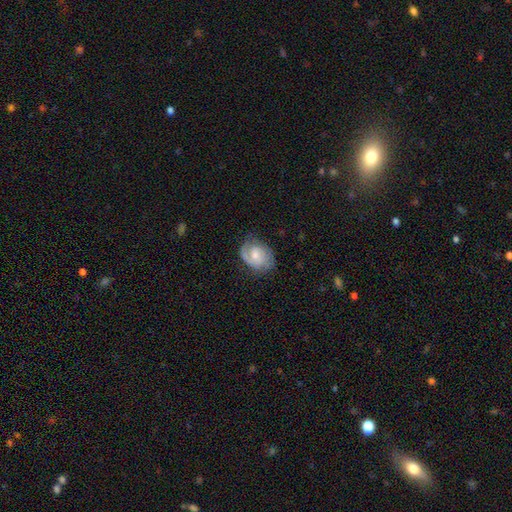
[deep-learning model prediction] Overall: featured or disk (66%; smooth 28%). Edge-on disk: no (97%). Bar: no (51%; weak 42%). Spiral arms: yes (91%). Spiral arm count: 2 (55%; 1 23%). Spiral winding: medium (43%; tight 36%). Bulge size: moderate (49%; small 40%). Merging: none (66%).